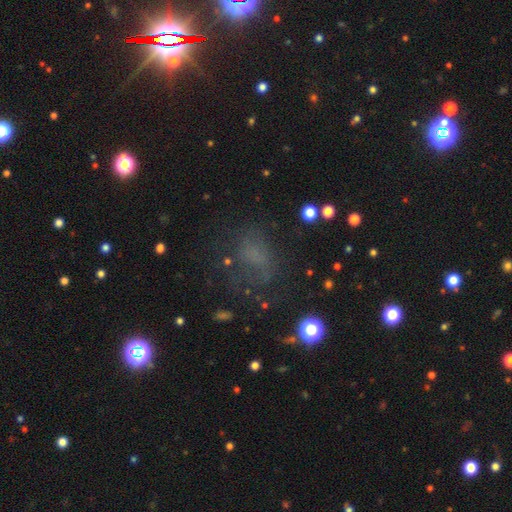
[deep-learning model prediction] Smooth or featured? smooth (47%)
Merging? none (54%)